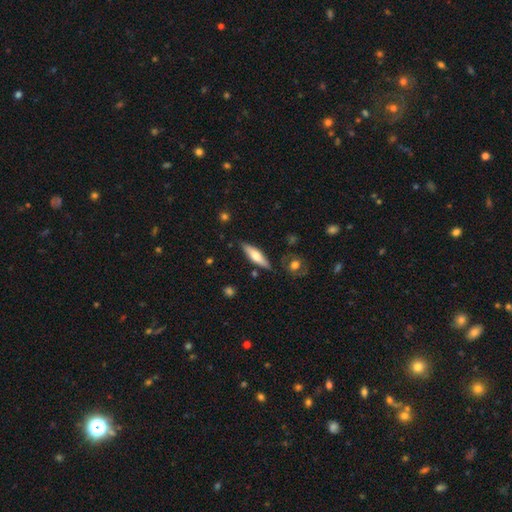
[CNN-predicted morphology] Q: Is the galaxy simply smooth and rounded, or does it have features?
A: smooth — 56%.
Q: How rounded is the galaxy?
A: cigar-shaped — 65%.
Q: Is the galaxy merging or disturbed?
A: none — 83%.